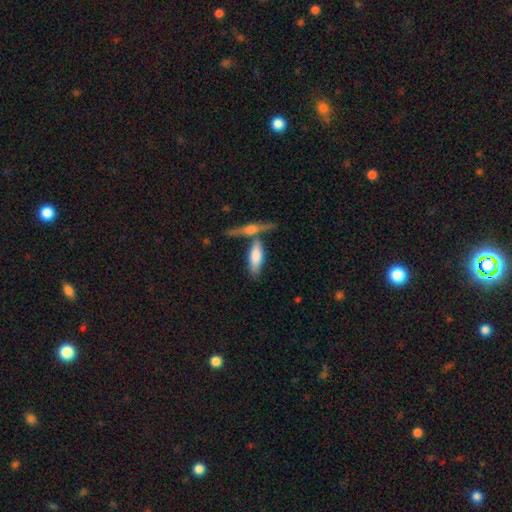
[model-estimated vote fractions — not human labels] Smooth or featured? smooth (69%)
How rounded? in between (60%)
Merging? none (49%)